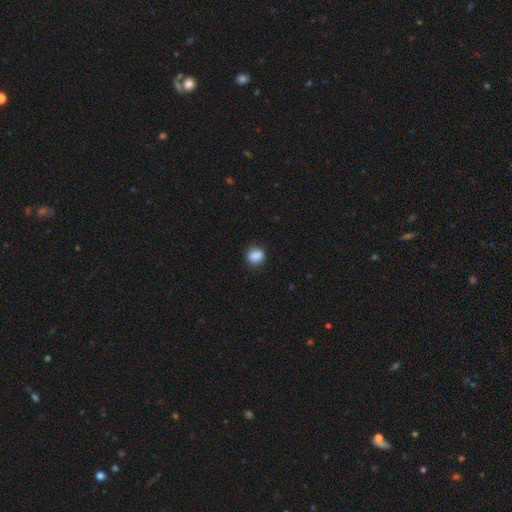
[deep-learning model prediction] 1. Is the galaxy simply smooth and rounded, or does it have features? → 87% smooth, 9% star or artifact, 4% featured or disk.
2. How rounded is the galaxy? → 60% round, 39% in between, 1% cigar-shaped.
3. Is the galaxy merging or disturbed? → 82% none, 14% minor disturbance, 3% major disturbance, 1% merger.